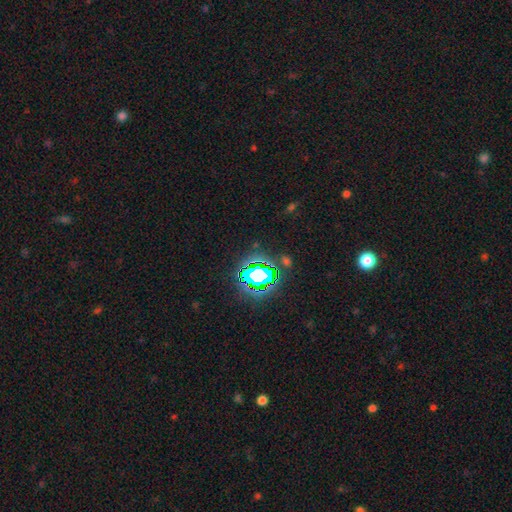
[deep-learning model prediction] smooth-or-featured: star or artifact: 81% | smooth: 12% | featured or disk: 7%